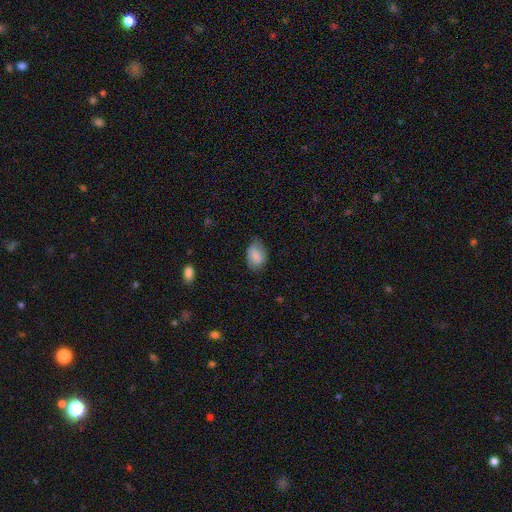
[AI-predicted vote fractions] This is likely a smooth galaxy (79%). How rounded: clearly in between (82%). Merging: likely none (64%).